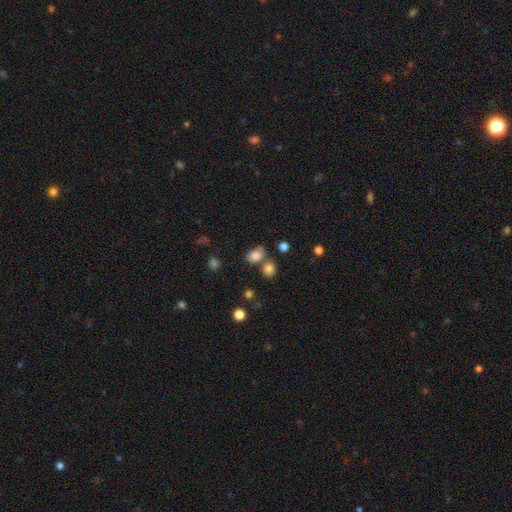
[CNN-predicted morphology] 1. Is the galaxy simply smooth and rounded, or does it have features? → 82% smooth, 11% star or artifact, 7% featured or disk.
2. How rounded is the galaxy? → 70% in between, 29% round, 1% cigar-shaped.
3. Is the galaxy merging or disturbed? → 53% none, 26% merger, 16% minor disturbance, 6% major disturbance.